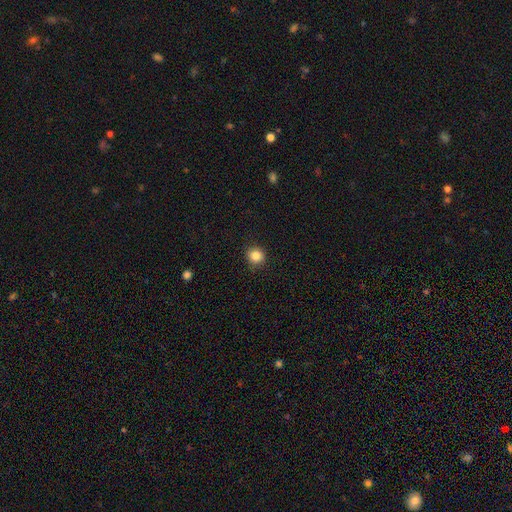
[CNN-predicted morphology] smooth 85%, star or artifact 11%, featured or disk 4%. Down the decision tree: how rounded — round (90%); merging — none (88%).